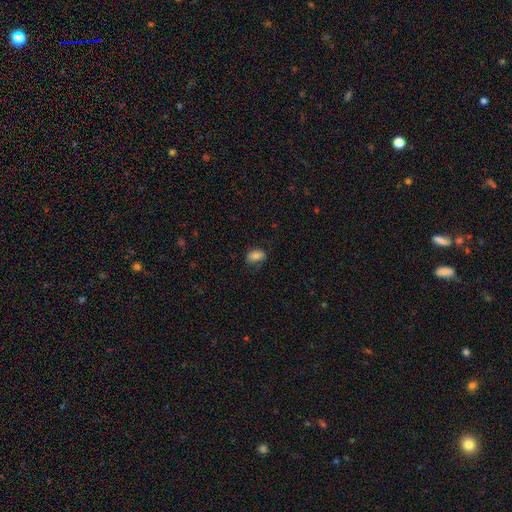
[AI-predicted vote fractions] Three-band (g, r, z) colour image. It shows a smooth galaxy with no disk features (77%) that is in between round and cigar-shaped (83%). Merging: none (71%).